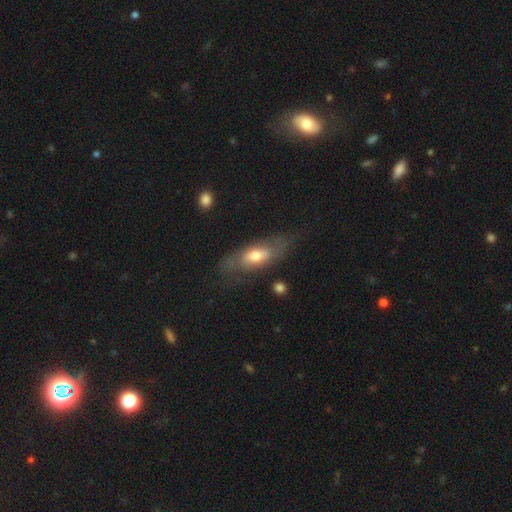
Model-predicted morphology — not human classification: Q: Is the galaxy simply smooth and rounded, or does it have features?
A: smooth — 54%.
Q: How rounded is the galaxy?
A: in between — 73%.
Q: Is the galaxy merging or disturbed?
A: none — 67%.